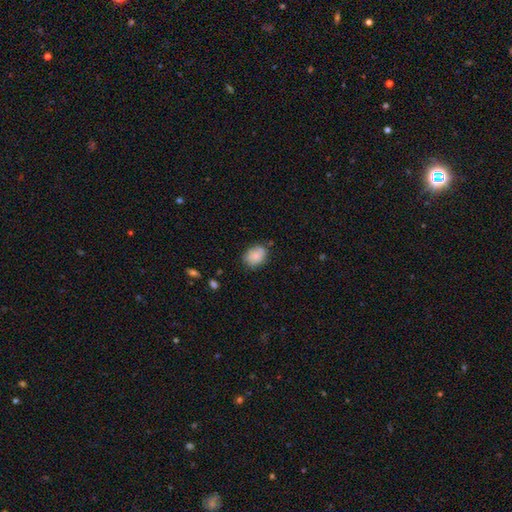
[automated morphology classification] A smooth galaxy with no disk features (81%) that is in between round and cigar-shaped (69%). Merging: none (67%).